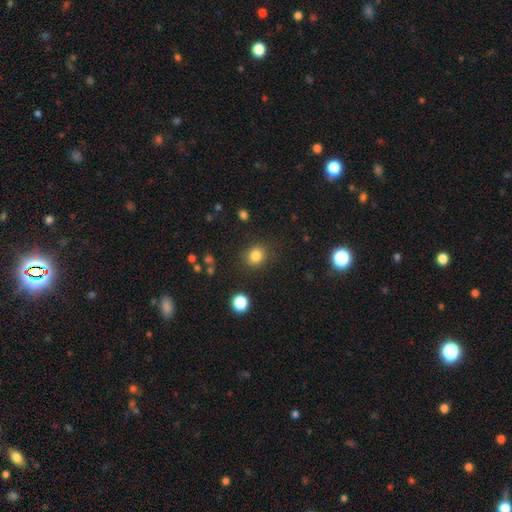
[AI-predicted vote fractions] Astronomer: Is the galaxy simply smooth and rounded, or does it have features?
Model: smooth — 82%.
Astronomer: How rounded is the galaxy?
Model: round — 78%.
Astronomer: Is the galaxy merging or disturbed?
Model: none — 86%.